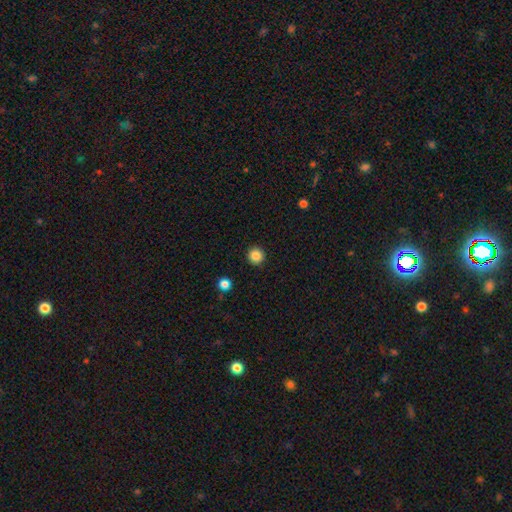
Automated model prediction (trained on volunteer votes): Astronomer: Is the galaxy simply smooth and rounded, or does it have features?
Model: smooth — 86%.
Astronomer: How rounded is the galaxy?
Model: round — 95%.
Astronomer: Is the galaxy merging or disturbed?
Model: none — 92%.